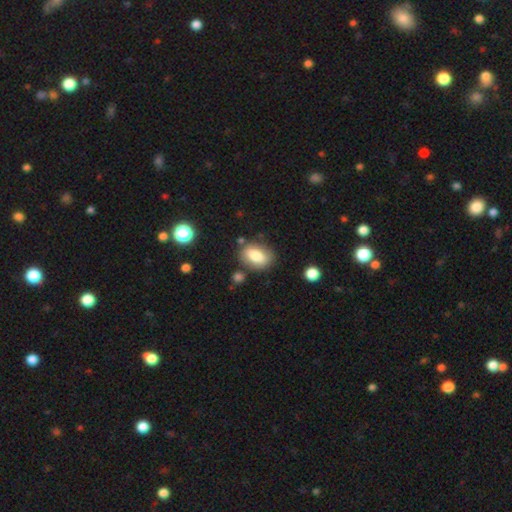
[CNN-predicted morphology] A smooth galaxy with no disk features (77%) that is in between round and cigar-shaped (78%). Merging: none (75%).